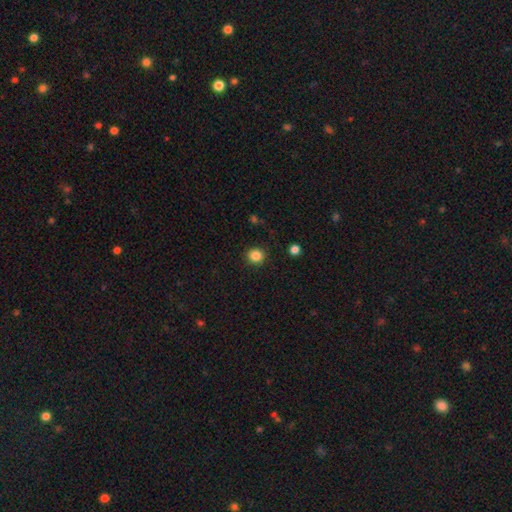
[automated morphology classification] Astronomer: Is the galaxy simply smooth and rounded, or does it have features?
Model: smooth — 84%.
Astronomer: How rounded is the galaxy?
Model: round — 90%.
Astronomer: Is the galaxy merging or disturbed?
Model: none — 91%.